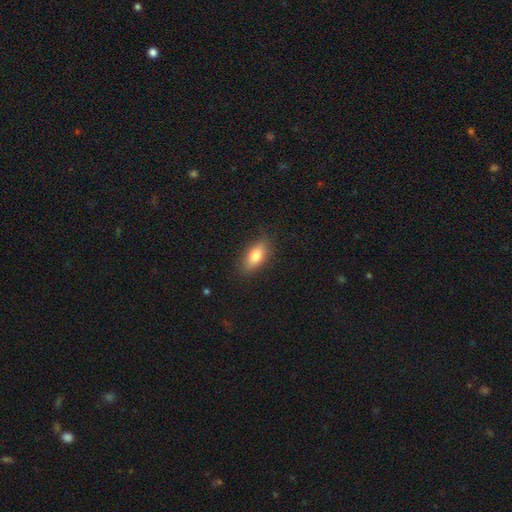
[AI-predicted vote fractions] A smooth galaxy with no disk features (79%) that is in between round and cigar-shaped (85%).

Vote fractions:
- Smooth or featured? smooth: 79% / featured or disk: 13% / star or artifact: 8%
- How rounded? in between: 85% / cigar-shaped: 10% / round: 5%
- Merging? none: 84% / minor disturbance: 13% / major disturbance: 3% / merger: 1%